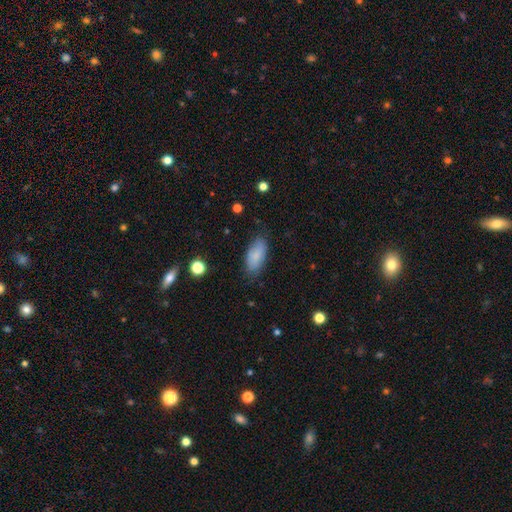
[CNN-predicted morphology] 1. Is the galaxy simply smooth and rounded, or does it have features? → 85% smooth, 8% featured or disk, 7% star or artifact.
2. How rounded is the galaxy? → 91% in between, 7% cigar-shaped, 2% round.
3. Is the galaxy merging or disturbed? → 80% none, 16% minor disturbance, 3% major disturbance, 1% merger.